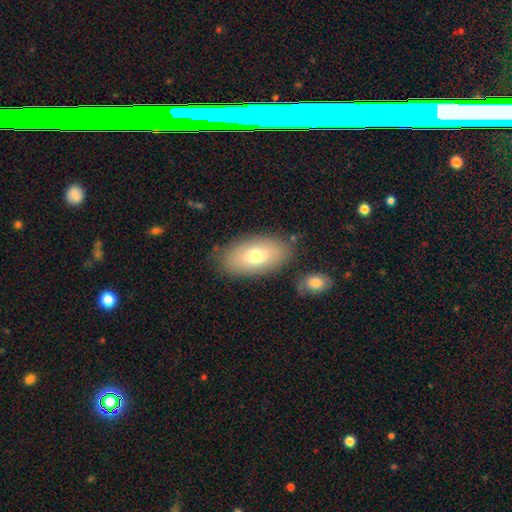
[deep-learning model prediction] A smooth galaxy with no disk features (74%) that is in between round and cigar-shaped (94%).

Vote fractions:
- Smooth or featured? smooth: 74% / featured or disk: 19% / star or artifact: 7%
- How rounded? in between: 94% / round: 3% / cigar-shaped: 3%
- Merging? none: 80% / minor disturbance: 13% / merger: 4% / major disturbance: 3%